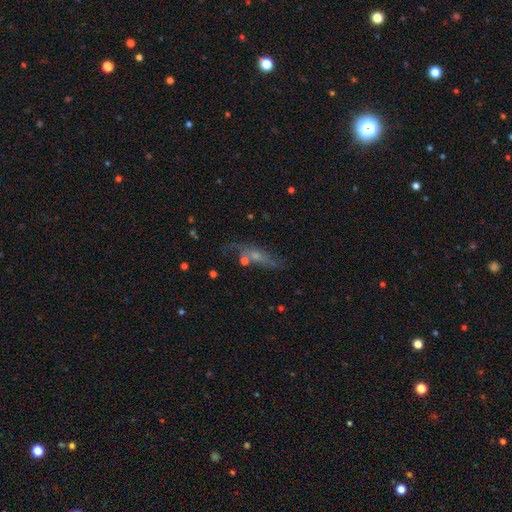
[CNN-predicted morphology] Overall: featured or disk (50%; smooth 35%). Merging: none (52%; minor disturbance 19%).